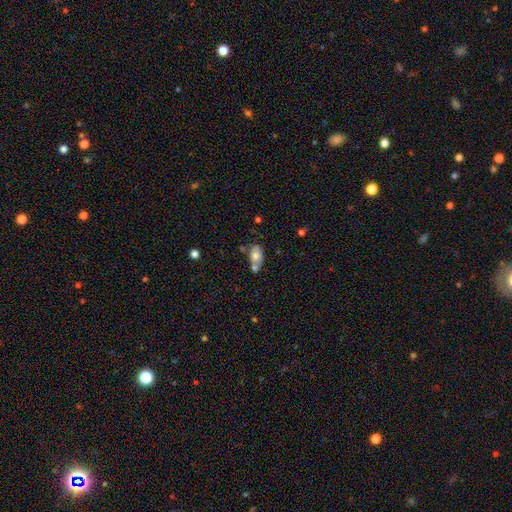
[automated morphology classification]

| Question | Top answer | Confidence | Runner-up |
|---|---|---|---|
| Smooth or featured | smooth | 70% | featured or disk (22%) |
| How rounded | in between | 88% | round (10%) |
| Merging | merger | 41% | none (35%) |